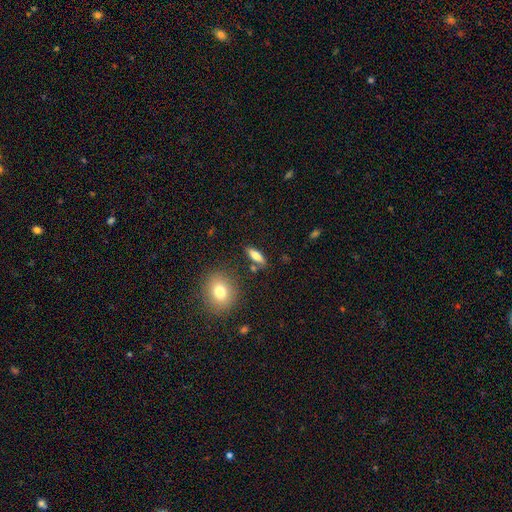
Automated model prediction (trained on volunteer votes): This is likely a smooth galaxy (72%). How rounded: possibly in between (49%). Merging: clearly none (81%).